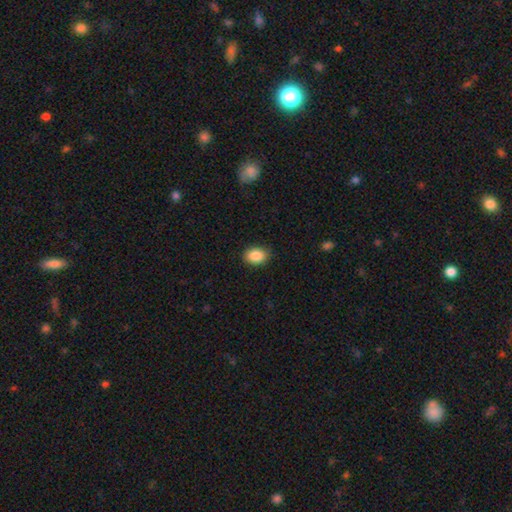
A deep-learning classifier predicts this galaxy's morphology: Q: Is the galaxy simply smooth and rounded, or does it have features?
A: smooth — 88%.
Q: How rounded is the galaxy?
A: in between — 77%.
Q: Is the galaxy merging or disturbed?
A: none — 87%.